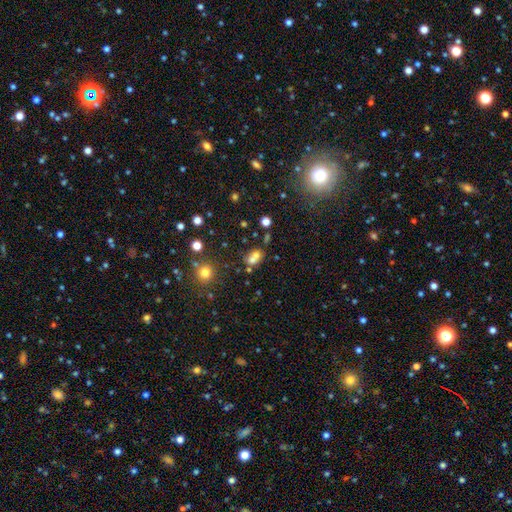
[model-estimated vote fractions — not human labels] This appears to be a smooth galaxy with no disk features (68%) that is in between round and cigar-shaped (57%). Merging: merger (50%).